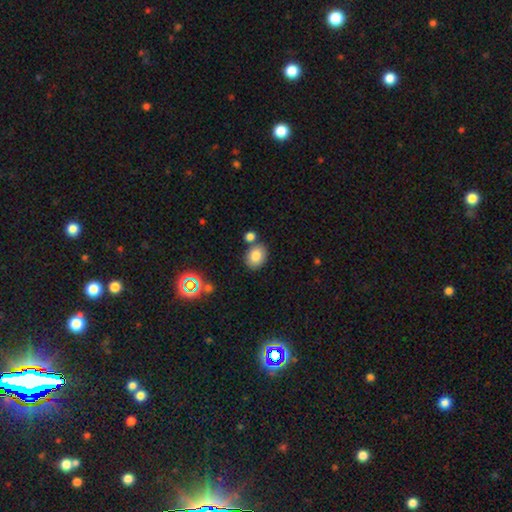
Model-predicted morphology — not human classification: smooth-or-featured: smooth: 81% | star or artifact: 11% | featured or disk: 8%
  how-rounded: in between: 61% | round: 39% | cigar-shaped: 1%
  merging: none: 73% | merger: 13% | minor disturbance: 11% | major disturbance: 3%